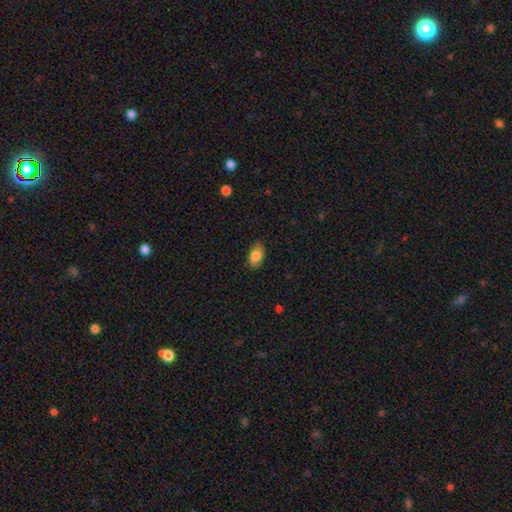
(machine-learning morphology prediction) Q: Smooth or featured?
A: smooth (84%); runner-up: featured or disk (9%)
Q: How rounded?
A: in between (91%); runner-up: round (7%)
Q: Merging?
A: none (85%); runner-up: minor disturbance (12%)